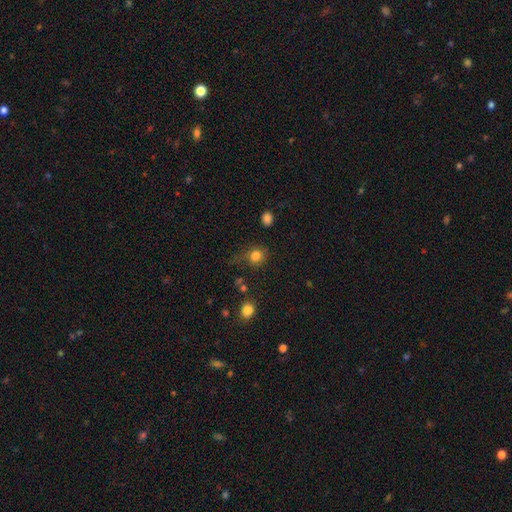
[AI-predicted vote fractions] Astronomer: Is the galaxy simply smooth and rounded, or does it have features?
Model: smooth — 81%.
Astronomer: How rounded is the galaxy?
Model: round — 79%.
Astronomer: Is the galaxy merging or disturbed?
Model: none — 60%.